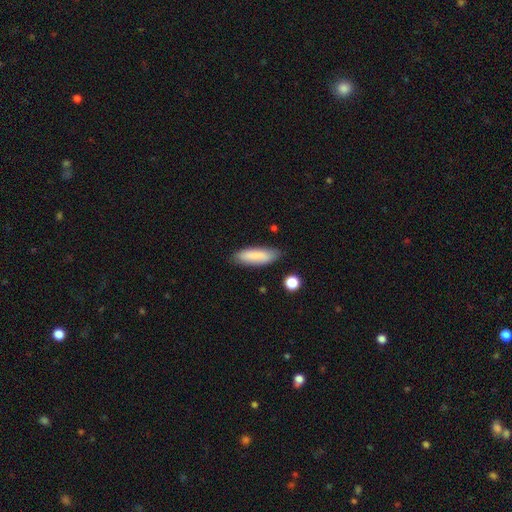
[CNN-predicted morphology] Smooth or featured?
  - smooth: 85% *
  - featured or disk: 9%
  - star or artifact: 6%
How rounded?
  - in between: 51% *
  - cigar-shaped: 48%
  - round: 2%
Merging?
  - none: 82% *
  - minor disturbance: 14%
  - major disturbance: 3%
  - merger: 2%